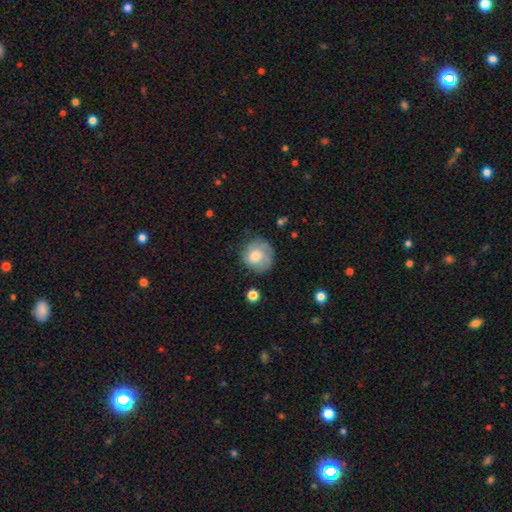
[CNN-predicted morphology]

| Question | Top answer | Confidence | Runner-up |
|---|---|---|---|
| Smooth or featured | smooth | 63% | featured or disk (30%) |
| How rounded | round | 85% | in between (14%) |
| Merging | none | 66% | minor disturbance (23%) |